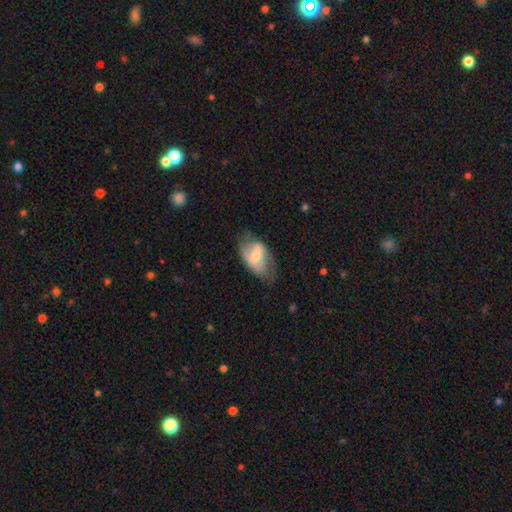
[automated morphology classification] featured or disk 49%, smooth 45%, star or artifact 6%. Down the decision tree: merging — none (50%).